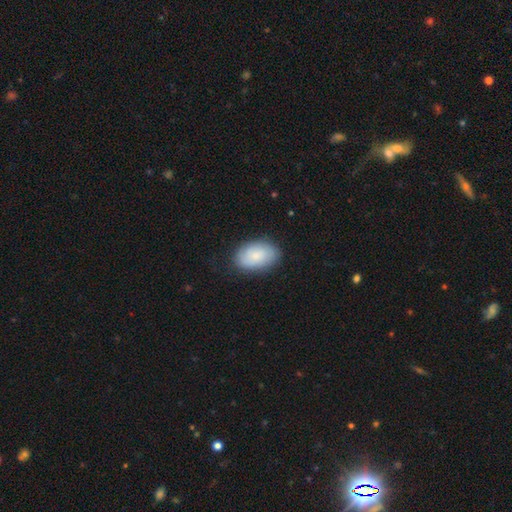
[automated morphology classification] Smooth or featured? smooth (78%)
How rounded? in between (92%)
Merging? none (83%)